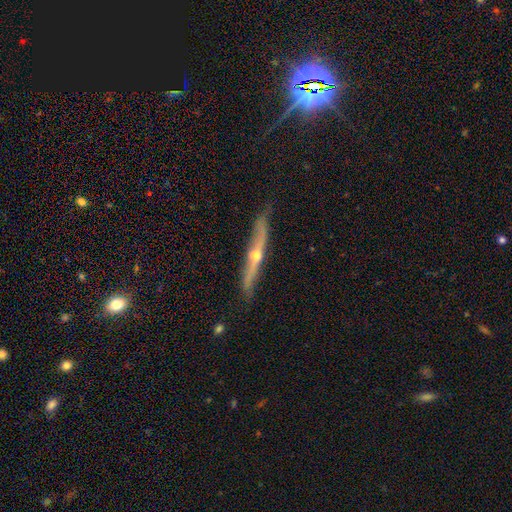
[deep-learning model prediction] Q: Smooth or featured?
A: featured or disk (77%); runner-up: smooth (18%)
Q: Edge-on disk?
A: yes (93%); runner-up: no (7%)
Q: Edge-on bulge?
A: rounded (90%); runner-up: none (8%)
Q: Merging?
A: none (77%); runner-up: minor disturbance (18%)